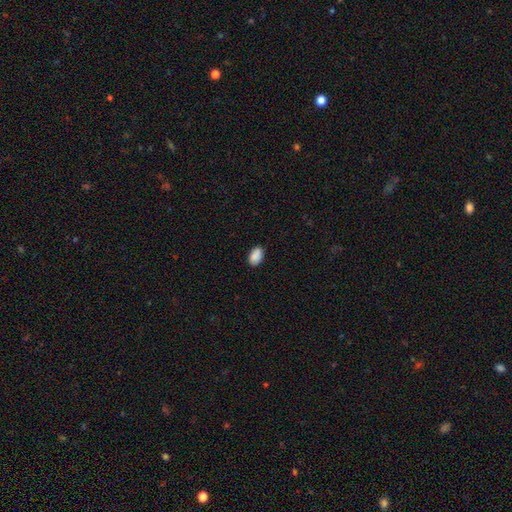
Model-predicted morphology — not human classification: A smooth galaxy with no disk features (89%) that is in between round and cigar-shaped (91%).

Vote fractions:
- Smooth or featured? smooth: 89% / star or artifact: 7% / featured or disk: 3%
- How rounded? in between: 91% / round: 8% / cigar-shaped: 1%
- Merging? none: 86% / minor disturbance: 11% / major disturbance: 2% / merger: 1%